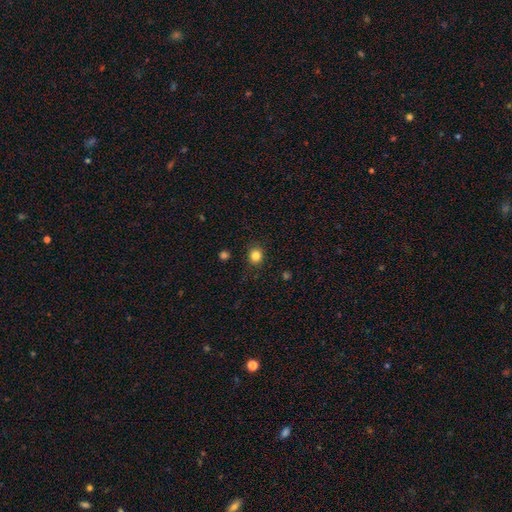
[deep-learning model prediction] Overall: smooth (84%). How rounded: round (84%). Merging: none (89%).